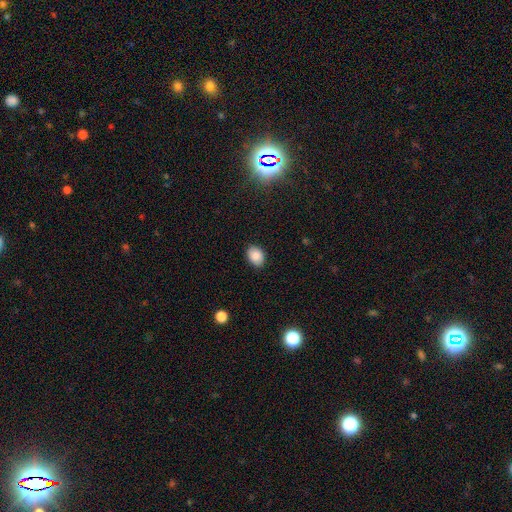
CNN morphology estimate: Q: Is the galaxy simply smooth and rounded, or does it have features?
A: smooth — 87%.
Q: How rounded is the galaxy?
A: in between — 70%.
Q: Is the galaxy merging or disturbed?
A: none — 87%.